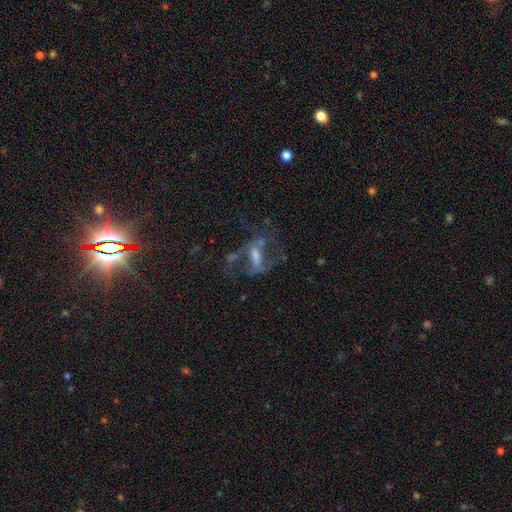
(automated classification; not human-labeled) Smooth or featured: featured or disk — 65% (star or artifact — 18%)
Edge-on disk: no — 89% (yes — 11%)
Bar: weak — 39% (strong — 35%)
Spiral arms: yes — 59% (no — 41%)
Bulge size: moderate — 37% (small — 31%)
Merging: none — 41% (major disturbance — 38%)